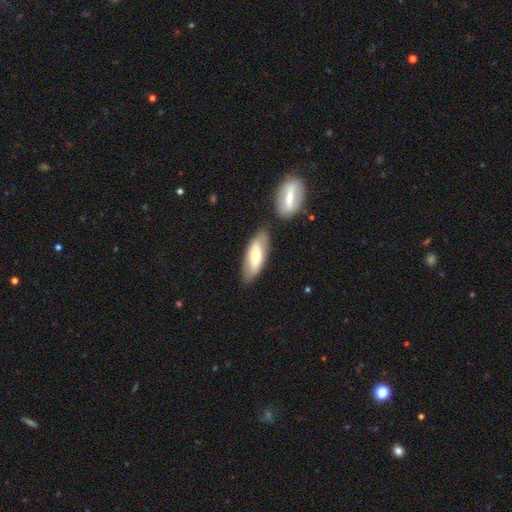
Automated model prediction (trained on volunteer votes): Overall: smooth (61%; featured or disk 33%). How rounded: in between (71%). Merging: none (73%).